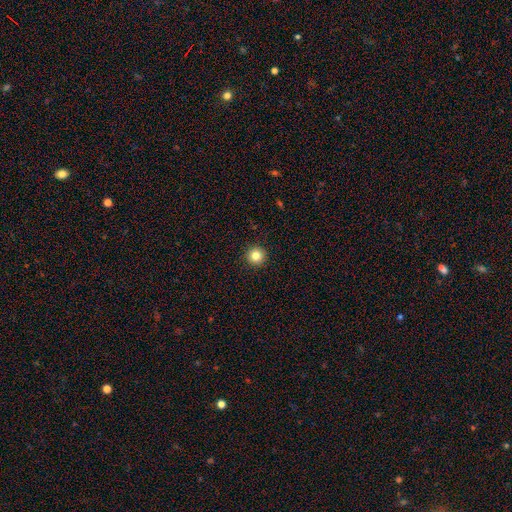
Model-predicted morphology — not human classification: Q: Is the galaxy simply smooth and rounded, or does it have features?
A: smooth — 83%.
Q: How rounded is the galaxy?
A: round — 96%.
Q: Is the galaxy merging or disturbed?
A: none — 94%.